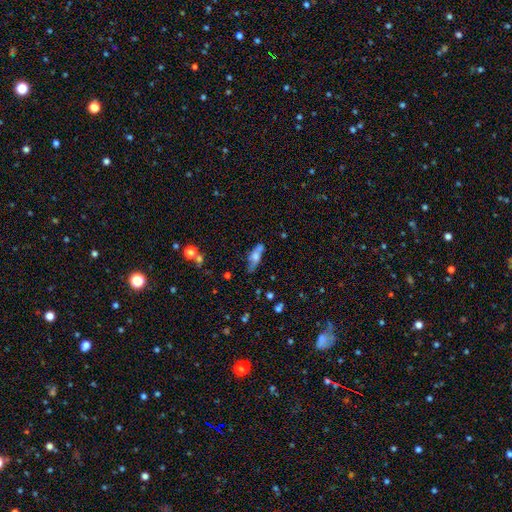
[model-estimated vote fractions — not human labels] A smooth galaxy with no disk features (55%) that is in between round and cigar-shaped (56%).

Vote fractions:
- Smooth or featured? smooth: 55% / featured or disk: 36% / star or artifact: 9%
- How rounded? in between: 56% / cigar-shaped: 40% / round: 4%
- Merging? none: 56% / minor disturbance: 24% / merger: 12% / major disturbance: 8%